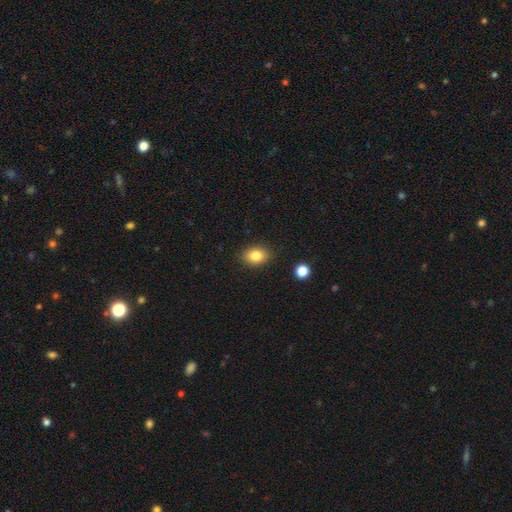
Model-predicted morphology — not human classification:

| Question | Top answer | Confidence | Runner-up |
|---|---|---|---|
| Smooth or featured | smooth | 84% | star or artifact (10%) |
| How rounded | in between | 69% | round (30%) |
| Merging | none | 86% | minor disturbance (10%) |